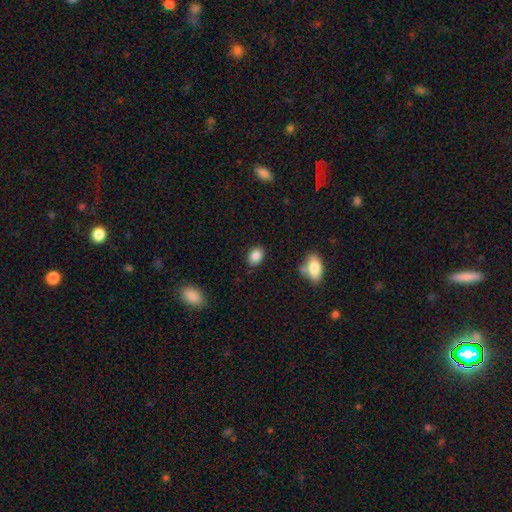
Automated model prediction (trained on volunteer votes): Q: Smooth or featured?
A: smooth (87%); runner-up: star or artifact (8%)
Q: How rounded?
A: in between (76%); runner-up: round (23%)
Q: Merging?
A: none (84%); runner-up: minor disturbance (11%)